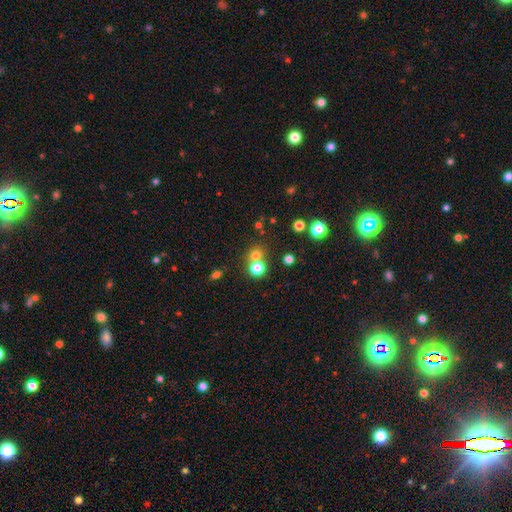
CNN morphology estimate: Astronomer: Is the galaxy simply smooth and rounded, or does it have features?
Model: smooth — 70%.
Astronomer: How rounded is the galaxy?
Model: round — 83%.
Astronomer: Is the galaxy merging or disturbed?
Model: none — 53% (runner-up: merger, 37%).